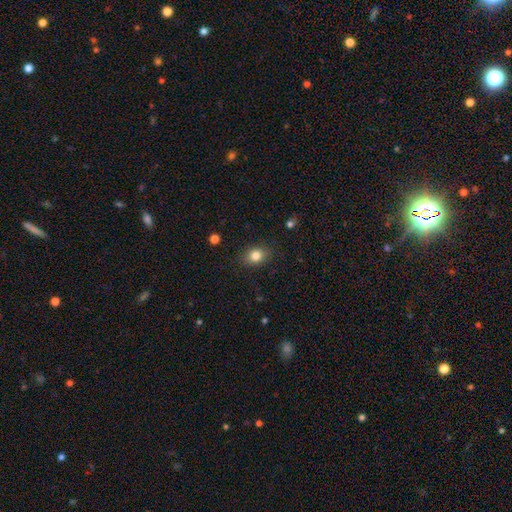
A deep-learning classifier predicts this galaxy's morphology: A smooth galaxy with no disk features (82%) that is in between round and cigar-shaped (60%). Merging: none (85%).